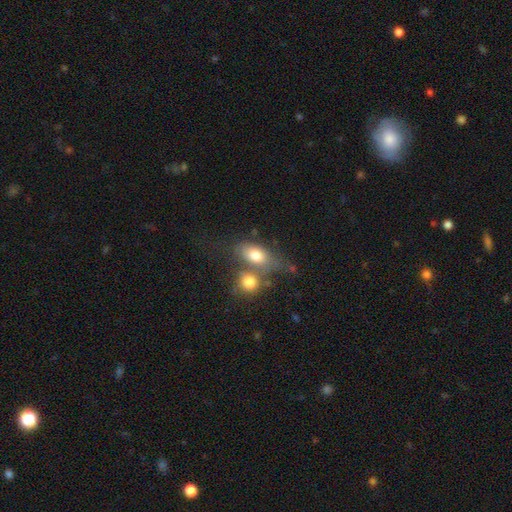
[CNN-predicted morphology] This appears to be a smooth galaxy with no disk features (76%) that is in between round and cigar-shaped (82%). Merging: merger (47%).